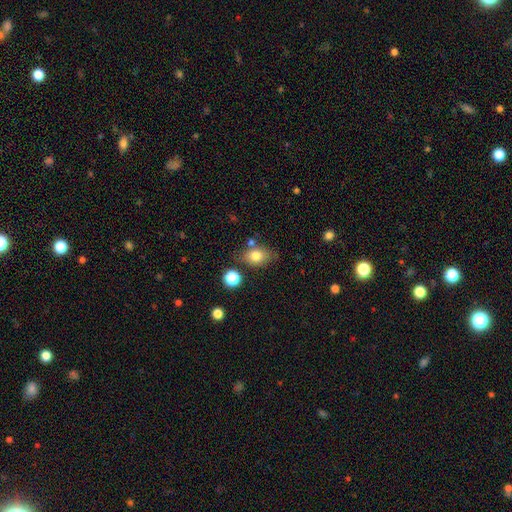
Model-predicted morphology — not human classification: smooth_or_featured: smooth (p=0.78) [alt: featured or disk p=0.12]
how_rounded: in between (p=0.70) [alt: round p=0.27]
merging: none (p=0.69) [alt: minor disturbance p=0.17]